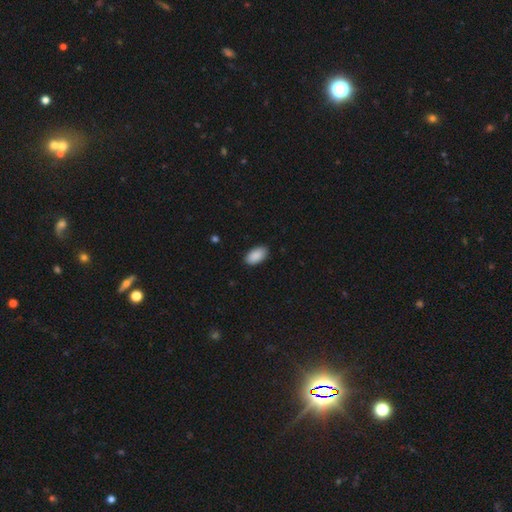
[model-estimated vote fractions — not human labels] A smooth galaxy with no disk features (91%) that is in between round and cigar-shaped (95%).

Vote fractions:
- Smooth or featured? smooth: 91% / star or artifact: 6% / featured or disk: 3%
- How rounded? in between: 95% / round: 3% / cigar-shaped: 2%
- Merging? none: 88% / minor disturbance: 10% / major disturbance: 2% / merger: 1%